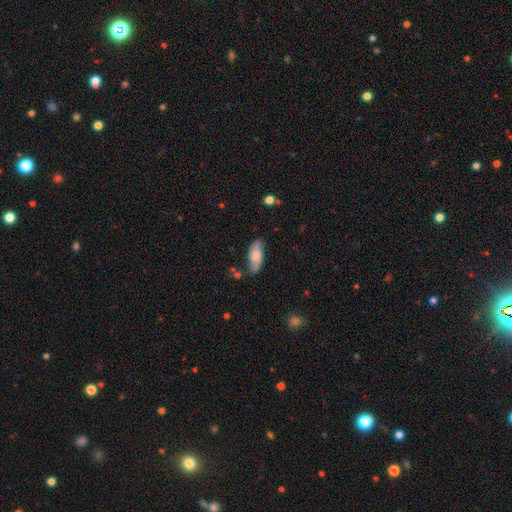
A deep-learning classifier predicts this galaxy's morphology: Q: Smooth or featured?
A: smooth (59%); runner-up: featured or disk (34%)
Q: How rounded?
A: in between (78%); runner-up: cigar-shaped (19%)
Q: Merging?
A: none (72%); runner-up: minor disturbance (20%)